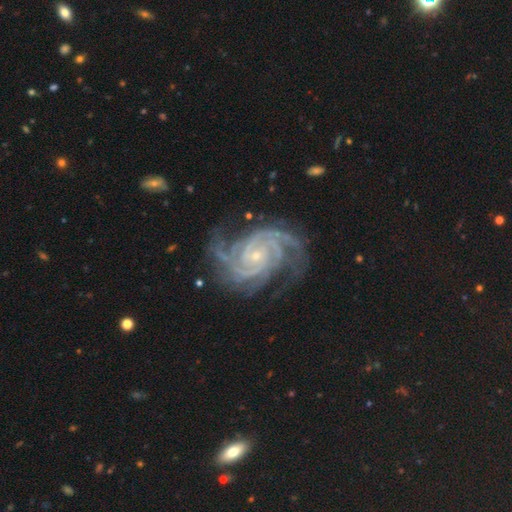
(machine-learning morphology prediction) Smooth or featured? Predicted: featured or disk (p=0.93). Edge-on disk? Predicted: no (p=0.98). Bar? Predicted: no (p=0.64). Spiral arms? Predicted: yes (p=0.99). Spiral winding? Predicted: tight (p=0.68). Spiral arm count? Predicted: 3 (p=0.29). Bulge size? Predicted: small (p=0.81). Merging? Predicted: none (p=0.73).